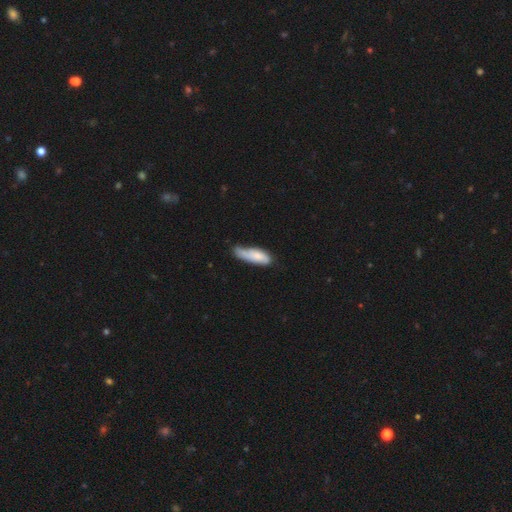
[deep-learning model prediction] Smooth or featured? Predicted: smooth (p=0.69). How rounded? Predicted: in between (p=0.57). Merging? Predicted: minor disturbance (p=0.38).